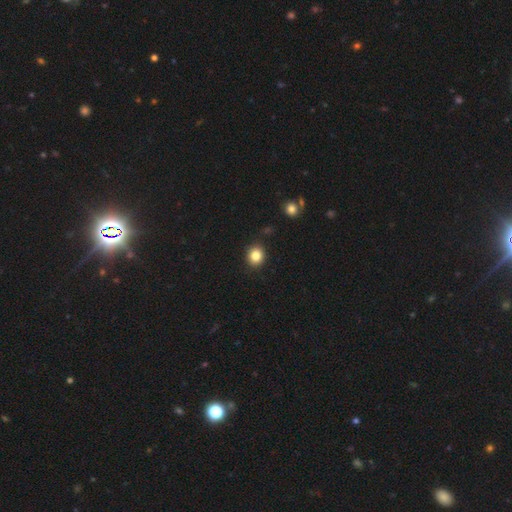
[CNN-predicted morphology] smooth 85%, star or artifact 10%, featured or disk 5%. Down the decision tree: how rounded — round (76%); merging — none (90%).